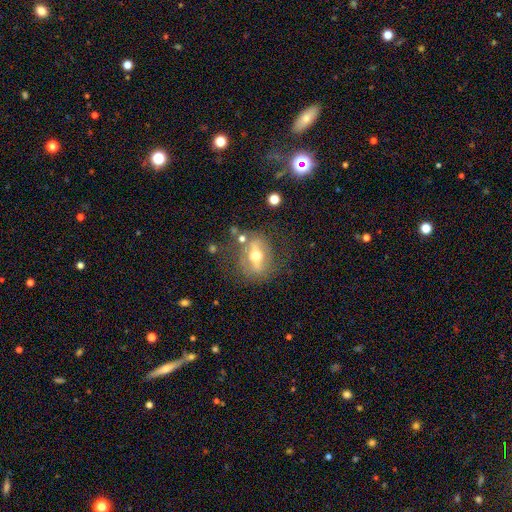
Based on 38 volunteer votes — featured or disk 76%, smooth 21%, star or artifact 3%. Down the decision tree: edge-on disk — no (83%); bar — strong (50%); spiral arms — no (58%); bulge size — moderate (67%); merging — none (76%).